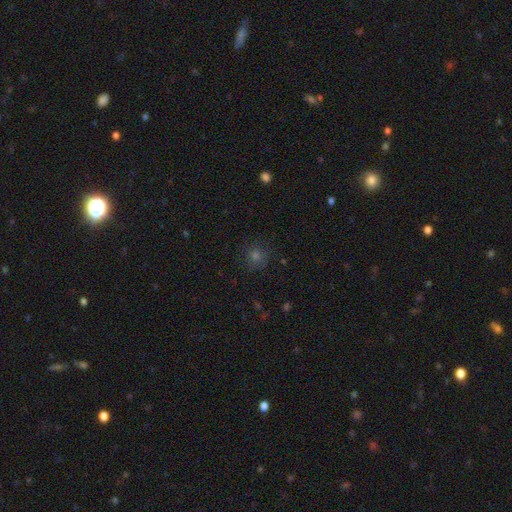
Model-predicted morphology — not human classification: Smooth or featured? smooth (61%)
How rounded? round (92%)
Merging? none (87%)